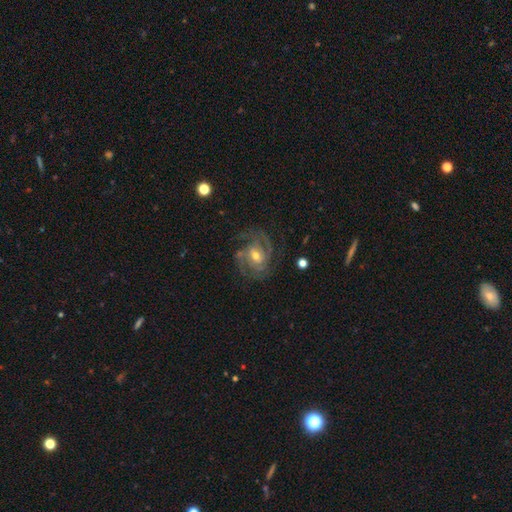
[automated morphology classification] Overall: featured or disk (89%). Edge-on disk: no (98%). Bar: no (46%; weak 41%). Spiral arms: yes (97%). Spiral arm count: 3 (37%; 2 29%). Spiral winding: tight (51%; medium 40%). Bulge size: moderate (60%; small 35%). Merging: none (74%).